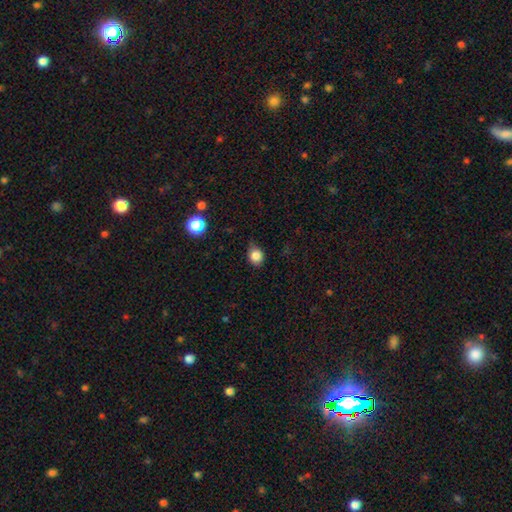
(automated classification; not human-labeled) A smooth galaxy with no disk features (83%) that is round (66%).

Vote fractions:
- Smooth or featured? smooth: 83% / star or artifact: 11% / featured or disk: 6%
- How rounded? round: 66% / in between: 33% / cigar-shaped: 1%
- Merging? none: 67% / minor disturbance: 27% / major disturbance: 5% / merger: 2%